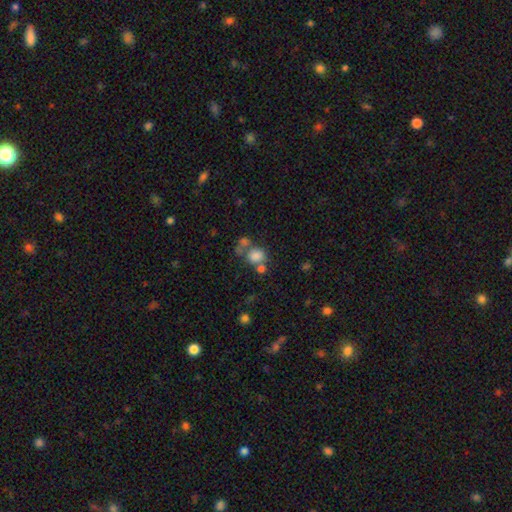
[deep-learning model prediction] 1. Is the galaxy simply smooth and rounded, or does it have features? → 77% smooth, 13% star or artifact, 11% featured or disk.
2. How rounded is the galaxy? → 67% round, 31% in between, 1% cigar-shaped.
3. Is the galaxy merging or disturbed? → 40% merger, 39% none, 11% minor disturbance, 10% major disturbance.